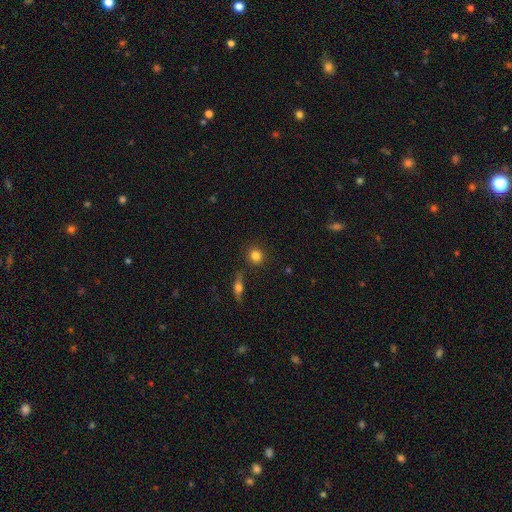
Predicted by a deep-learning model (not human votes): smooth 83%, star or artifact 10%, featured or disk 6%. Down the decision tree: how rounded — round (88%); merging — none (86%).